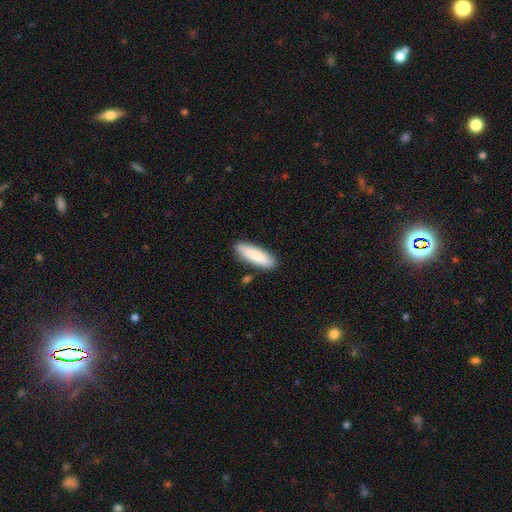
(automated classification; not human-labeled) Q: Smooth or featured?
A: smooth (85%); runner-up: featured or disk (10%)
Q: How rounded?
A: cigar-shaped (53%); runner-up: in between (46%)
Q: Merging?
A: none (84%); runner-up: minor disturbance (11%)